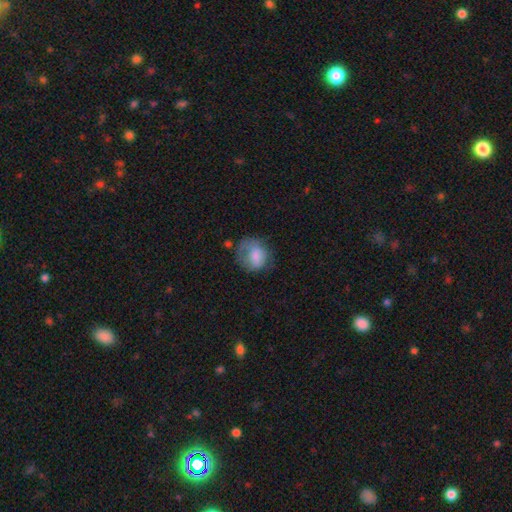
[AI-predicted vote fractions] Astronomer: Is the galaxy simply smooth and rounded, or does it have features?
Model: smooth — 72%.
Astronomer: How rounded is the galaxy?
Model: round — 64%.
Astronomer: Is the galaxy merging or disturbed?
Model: none — 43% (runner-up: minor disturbance, 29%).